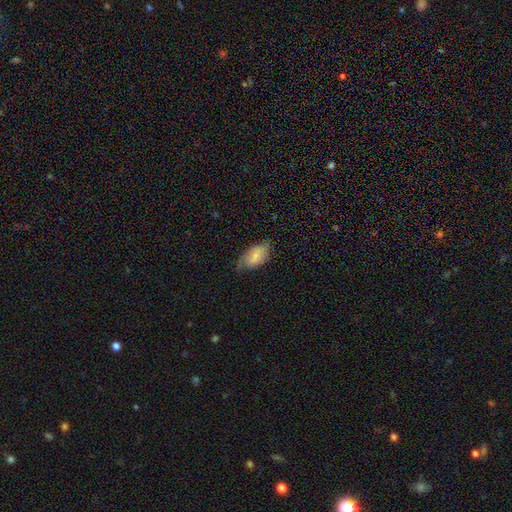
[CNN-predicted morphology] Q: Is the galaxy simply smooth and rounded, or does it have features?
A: smooth — 54%.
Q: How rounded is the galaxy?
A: in between — 92%.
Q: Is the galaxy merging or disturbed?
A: none — 55%.